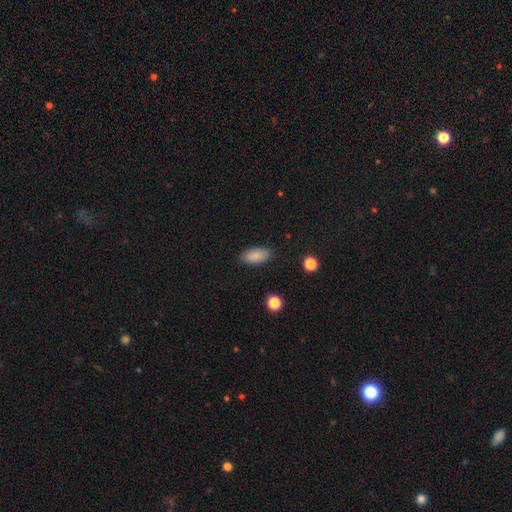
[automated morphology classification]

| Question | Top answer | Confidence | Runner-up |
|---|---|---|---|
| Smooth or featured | smooth | 87% | star or artifact (8%) |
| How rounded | in between | 91% | cigar-shaped (6%) |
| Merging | none | 87% | minor disturbance (9%) |